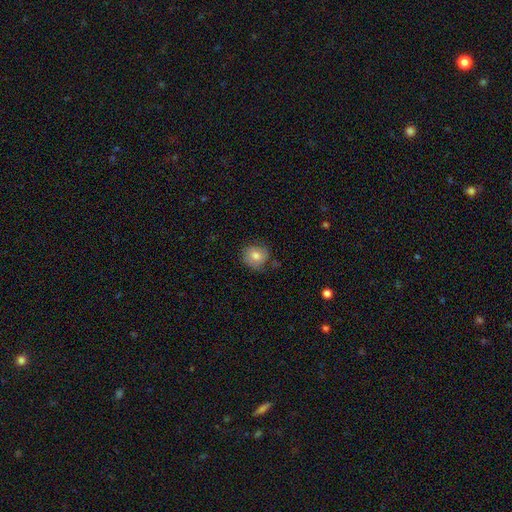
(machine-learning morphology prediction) Smooth or featured: smooth — 79% (featured or disk — 13%)
How rounded: round — 83% (in between — 16%)
Merging: none — 74% (minor disturbance — 19%)